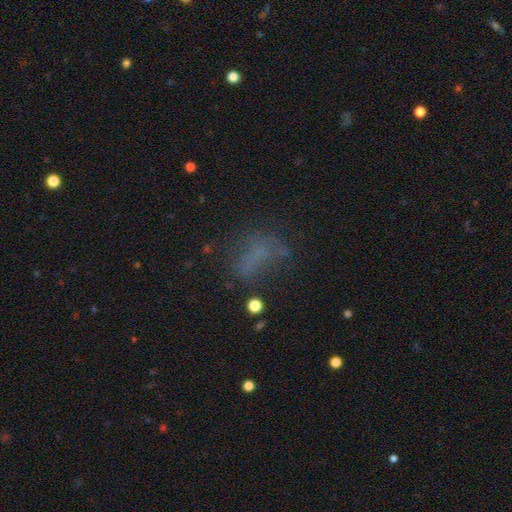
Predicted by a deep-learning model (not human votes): This is possibly a smooth galaxy (50%). How rounded: likely in between (73%). Merging: possibly none (46%).